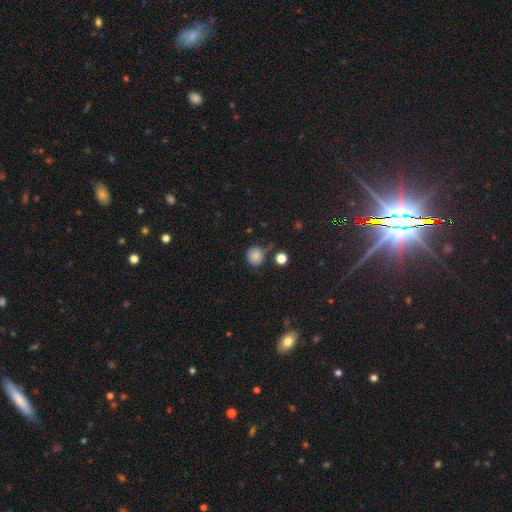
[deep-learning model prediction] The model was most divided on "merging": none: 67%, minor disturbance: 22%, merger: 6%, major disturbance: 5%. More confident: how rounded — round (87%); smooth or featured — smooth (80%).